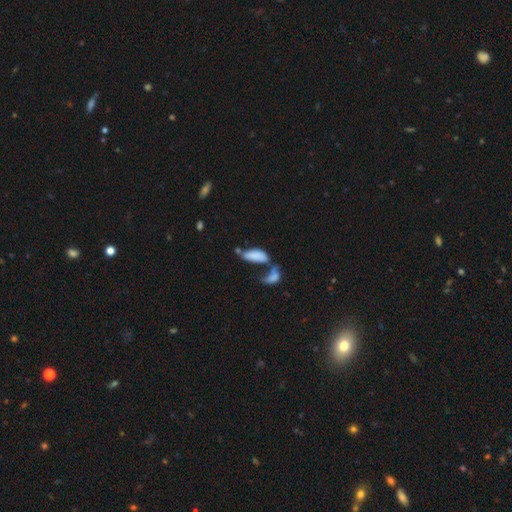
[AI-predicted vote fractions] Overall: smooth (80%). How rounded: in between (86%). Merging: merger (52%; none 23%).